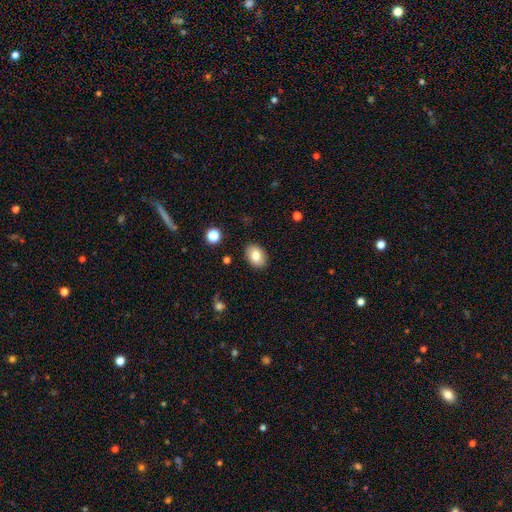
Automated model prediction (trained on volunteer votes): smooth-or-featured: smooth: 81% | featured or disk: 11% | star or artifact: 8%
  how-rounded: in between: 79% | round: 20% | cigar-shaped: 1%
  merging: none: 88% | minor disturbance: 9% | major disturbance: 2% | merger: 1%